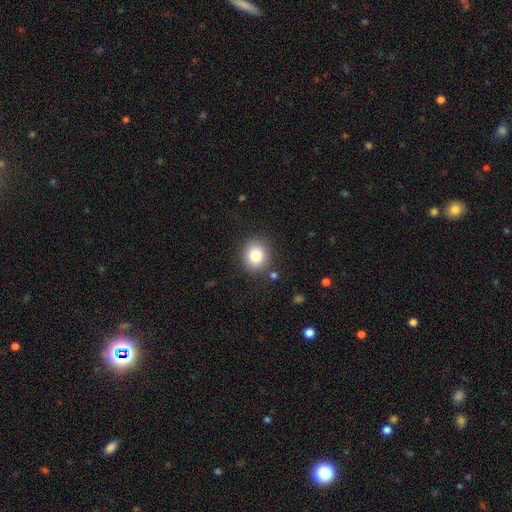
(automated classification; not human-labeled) This is clearly a smooth galaxy (82%). How rounded: likely round (78%). Merging: clearly none (86%).